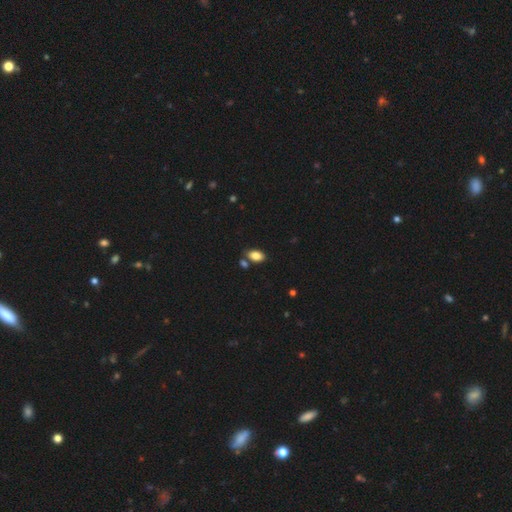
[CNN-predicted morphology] This is clearly a smooth galaxy (85%). How rounded: clearly in between (91%). Merging: likely none (72%).